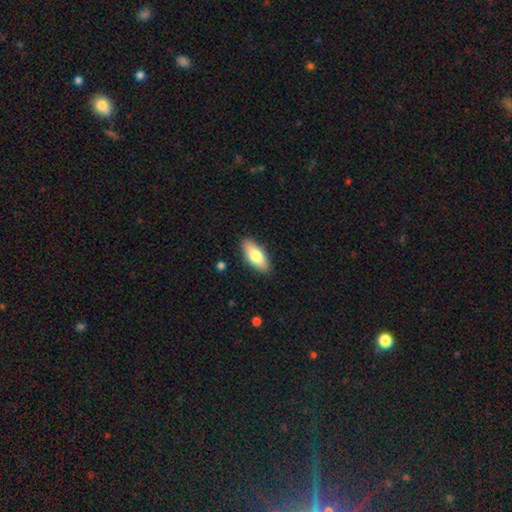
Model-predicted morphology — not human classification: This is likely a smooth galaxy (75%). How rounded: clearly in between (81%). Merging: clearly none (87%).